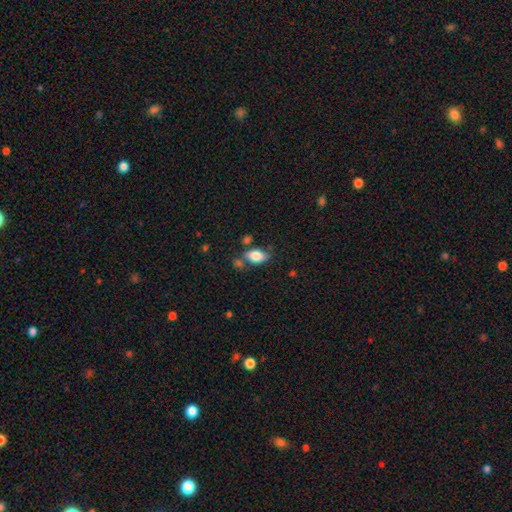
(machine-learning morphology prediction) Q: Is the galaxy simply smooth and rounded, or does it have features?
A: smooth — 81%.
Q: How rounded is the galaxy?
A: in between — 89%.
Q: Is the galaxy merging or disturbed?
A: none — 60%.